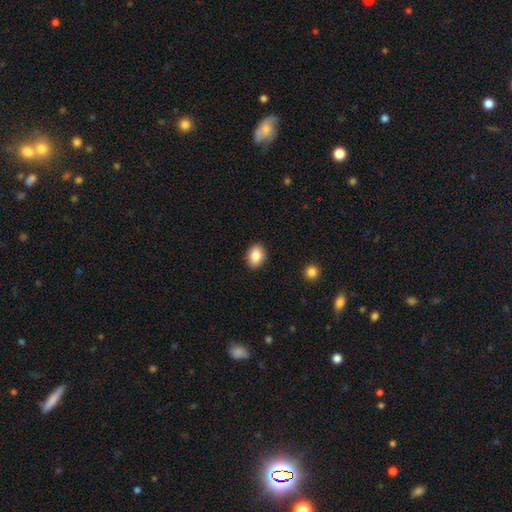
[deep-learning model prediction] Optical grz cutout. It shows a smooth galaxy with no disk features (85%) that is in between round and cigar-shaped (69%). Merging: none (89%).